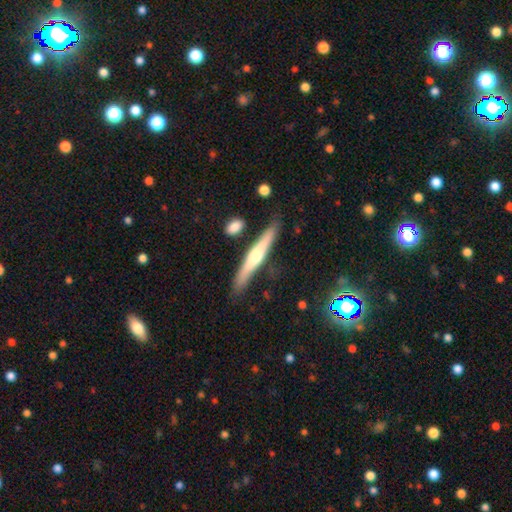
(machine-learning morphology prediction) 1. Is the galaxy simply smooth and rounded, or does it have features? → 57% featured or disk, 37% smooth, 6% star or artifact.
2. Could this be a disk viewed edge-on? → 95% yes, 5% no.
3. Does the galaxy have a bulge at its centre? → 82% rounded, 12% none, 6% boxy.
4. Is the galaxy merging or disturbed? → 83% none, 11% minor disturbance, 3% merger, 2% major disturbance.